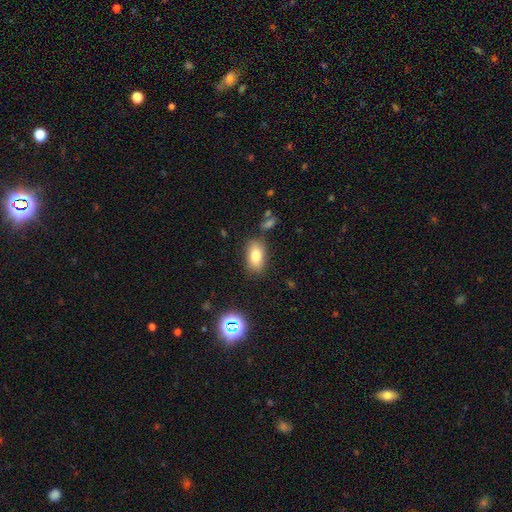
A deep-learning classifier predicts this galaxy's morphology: A smooth galaxy with no disk features (80%) that is in between round and cigar-shaped (89%). Merging: none (81%).